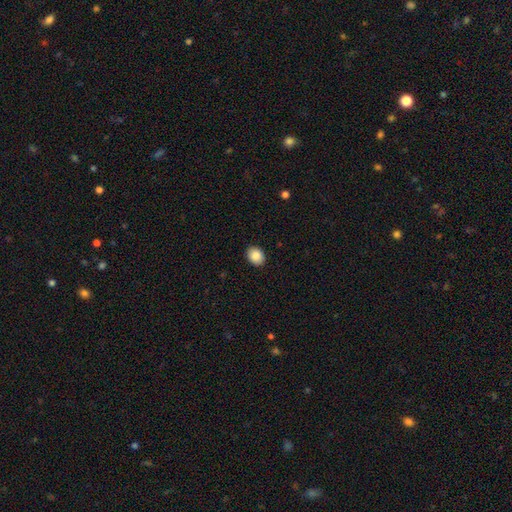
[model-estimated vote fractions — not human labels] A smooth galaxy with no disk features (88%) that is in between round and cigar-shaped (58%). Merging: none (91%).